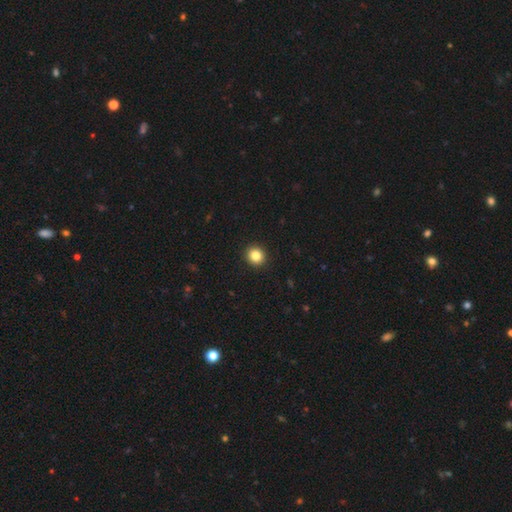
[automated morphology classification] Smooth or featured: smooth — 84% (star or artifact — 11%)
How rounded: round — 89% (in between — 10%)
Merging: none — 93% (minor disturbance — 4%)